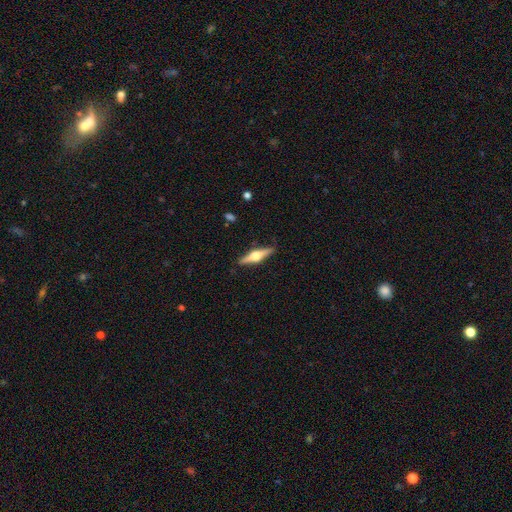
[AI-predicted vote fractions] Smooth or featured?
  - featured or disk: 74% *
  - smooth: 20%
  - star or artifact: 5%
Edge-on disk?
  - yes: 98% *
  - no: 2%
Edge-on bulge?
  - rounded: 95% *
  - boxy: 3%
  - none: 1%
Merging?
  - none: 89% *
  - minor disturbance: 8%
  - major disturbance: 2%
  - merger: 1%